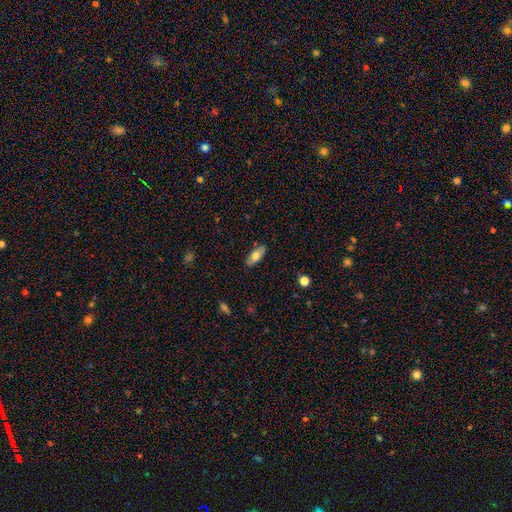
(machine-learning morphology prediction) A smooth galaxy with no disk features (70%) that is in between round and cigar-shaped (82%). Merging: none (85%).